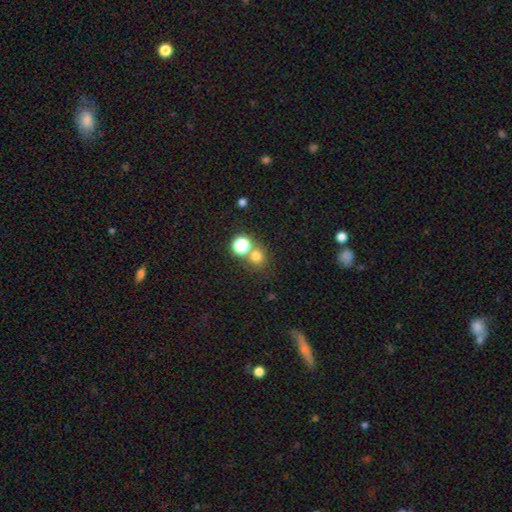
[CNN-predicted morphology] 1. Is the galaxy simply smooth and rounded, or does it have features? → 71% smooth, 22% star or artifact, 7% featured or disk.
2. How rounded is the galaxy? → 87% round, 12% in between, 1% cigar-shaped.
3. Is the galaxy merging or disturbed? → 64% none, 26% merger, 7% minor disturbance, 3% major disturbance.